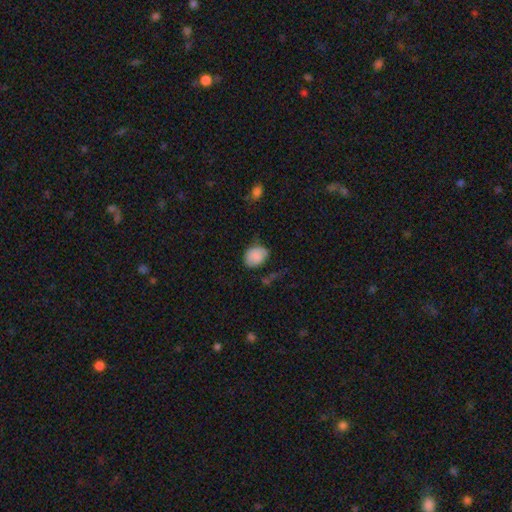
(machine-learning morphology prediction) This appears to be a smooth galaxy with no disk features (81%) that is in between round and cigar-shaped (54%). Merging: none (59%).